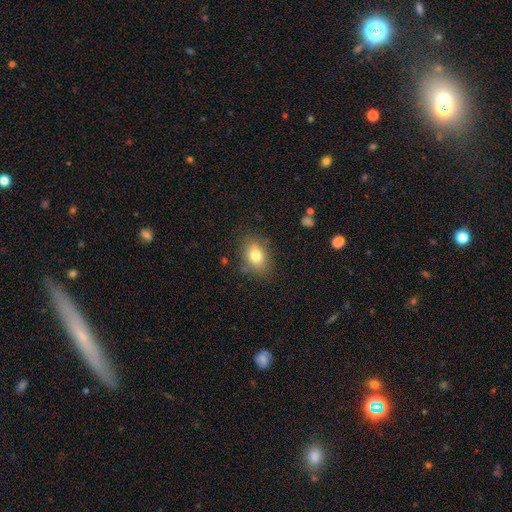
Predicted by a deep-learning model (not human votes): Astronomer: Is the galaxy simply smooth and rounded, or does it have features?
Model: smooth — 79%.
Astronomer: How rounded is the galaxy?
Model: in between — 72%.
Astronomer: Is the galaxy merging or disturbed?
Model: none — 78%.